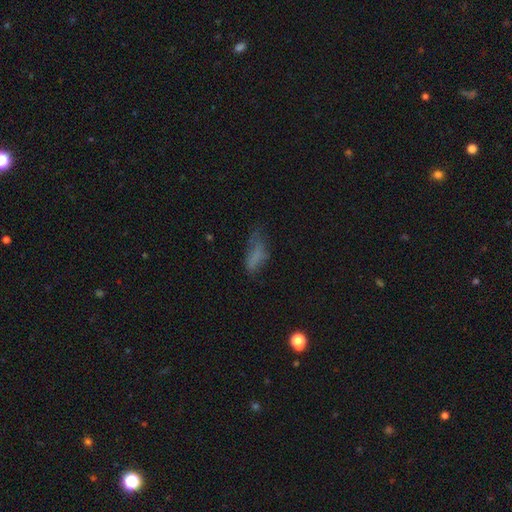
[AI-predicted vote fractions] Overall: smooth (61%; featured or disk 22%). How rounded: in between (72%). Merging: none (38%; minor disturbance 30%).